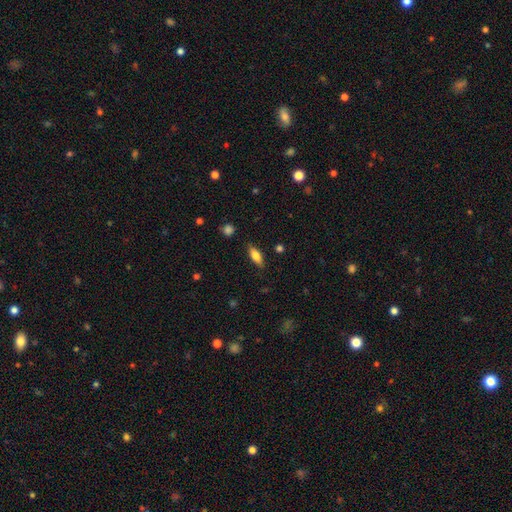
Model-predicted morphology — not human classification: Smooth or featured: smooth — 74% (featured or disk — 19%)
How rounded: in between — 68% (cigar-shaped — 29%)
Merging: none — 84% (minor disturbance — 12%)